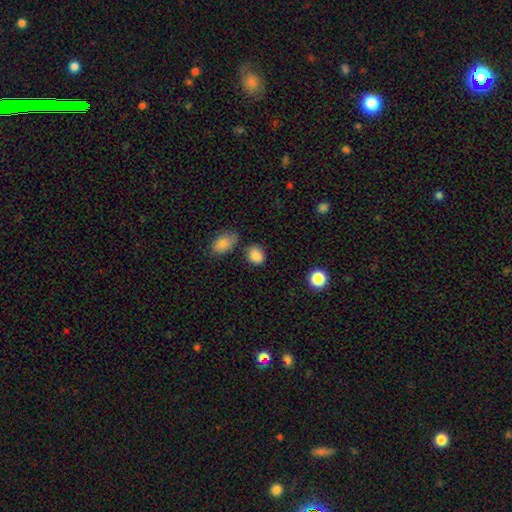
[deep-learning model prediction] A smooth galaxy with no disk features (86%) that is round (55%).

Vote fractions:
- Smooth or featured? smooth: 86% / star or artifact: 10% / featured or disk: 4%
- How rounded? round: 55% / in between: 44% / cigar-shaped: 1%
- Merging? none: 71% / minor disturbance: 18% / merger: 6% / major disturbance: 4%